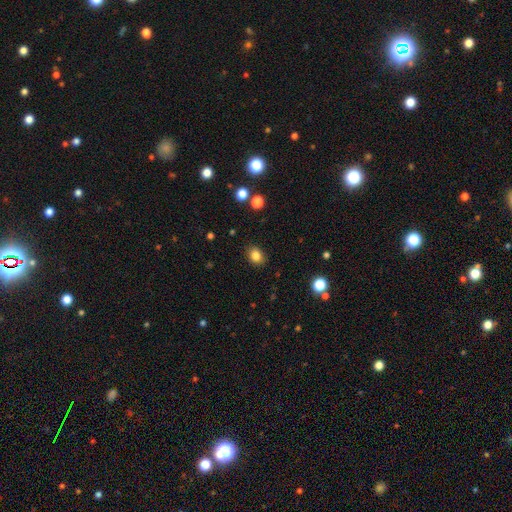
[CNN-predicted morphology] Smooth or featured? smooth (83%)
How rounded? in between (52%)
Merging? none (88%)